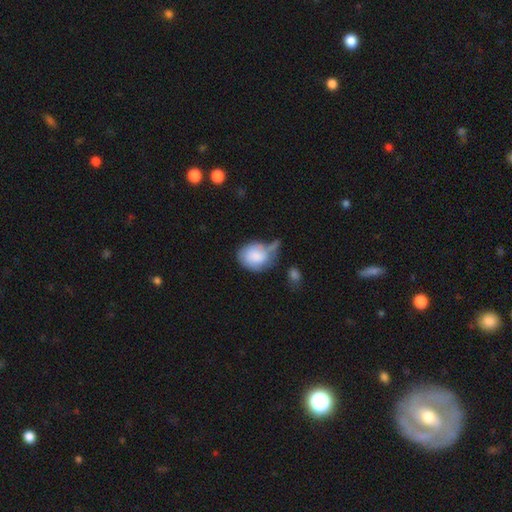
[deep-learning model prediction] smooth-or-featured: smooth: 80% | featured or disk: 14% | star or artifact: 6%
  how-rounded: in between: 53% | round: 46% | cigar-shaped: 1%
  merging: minor disturbance: 31% | none: 29% | major disturbance: 21% | merger: 19%